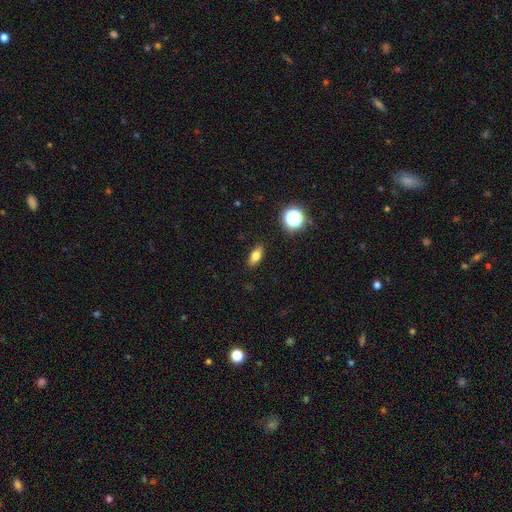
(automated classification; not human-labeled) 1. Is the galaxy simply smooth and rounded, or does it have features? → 73% smooth, 15% featured or disk, 12% star or artifact.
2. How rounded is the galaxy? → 76% in between, 15% cigar-shaped, 9% round.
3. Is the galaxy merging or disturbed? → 88% none, 8% minor disturbance, 2% major disturbance, 1% merger.